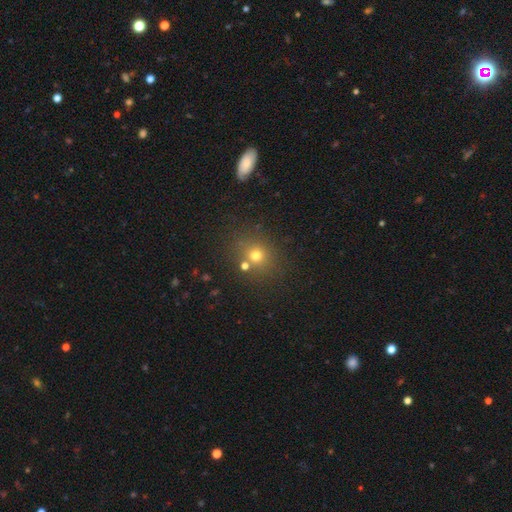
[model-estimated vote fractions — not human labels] Q: Smooth or featured?
A: smooth (68%); runner-up: star or artifact (21%)
Q: How rounded?
A: round (81%); runner-up: in between (18%)
Q: Merging?
A: none (75%); runner-up: merger (12%)